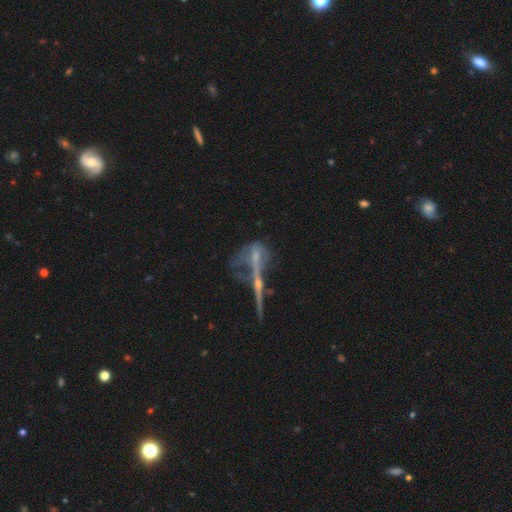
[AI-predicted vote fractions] Smooth or featured? featured or disk (66%)
Edge-on disk? yes (62%)
Merging? merger (41%)